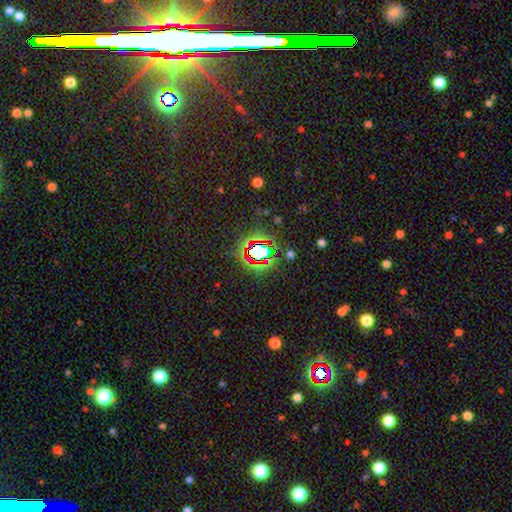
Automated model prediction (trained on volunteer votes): Smooth or featured: star or artifact — 70% (smooth — 19%)